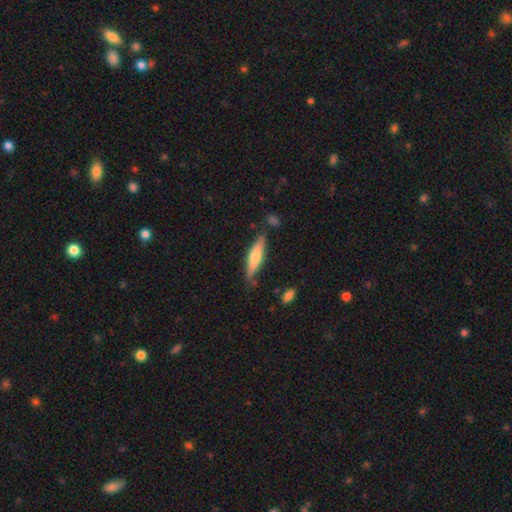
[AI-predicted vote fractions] A smooth galaxy with no disk features (56%) that is cigar-shaped (76%). Merging: none (76%).